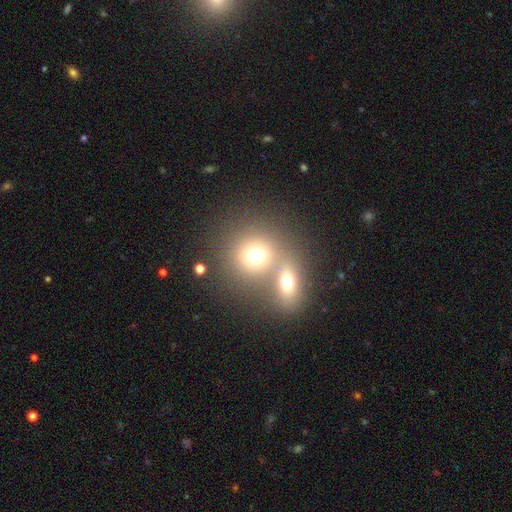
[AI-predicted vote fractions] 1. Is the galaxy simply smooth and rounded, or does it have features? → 71% smooth, 15% featured or disk, 14% star or artifact.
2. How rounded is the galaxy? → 82% round, 17% in between, 1% cigar-shaped.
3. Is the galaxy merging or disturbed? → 53% merger, 37% none, 6% minor disturbance, 4% major disturbance.